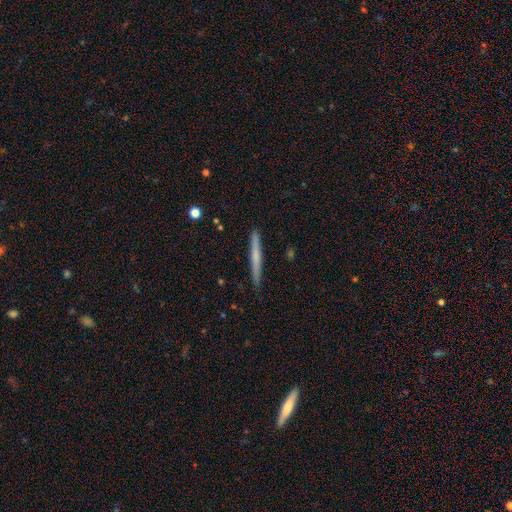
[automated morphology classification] A smooth galaxy with no disk features (53%) that is cigar-shaped (97%).

Vote fractions:
- Smooth or featured? smooth: 53% / featured or disk: 41% / star or artifact: 6%
- How rounded? cigar-shaped: 97% / in between: 2% / round: 1%
- Merging? none: 89% / minor disturbance: 9% / major disturbance: 1% / merger: 1%